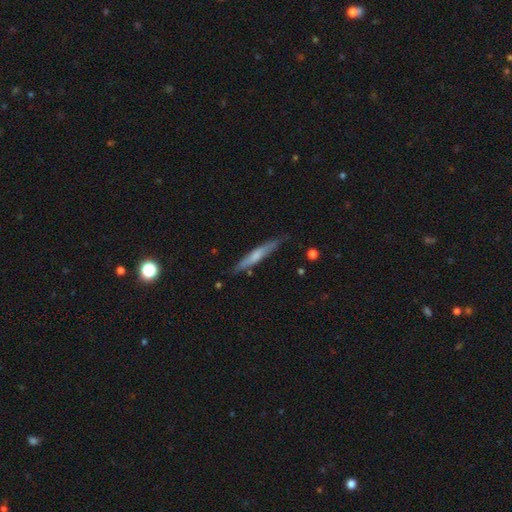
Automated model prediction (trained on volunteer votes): A smooth galaxy with no disk features (54%) that is cigar-shaped (93%). Merging: none (79%).